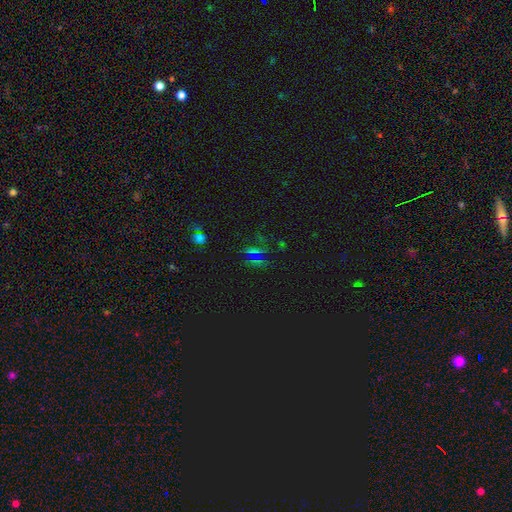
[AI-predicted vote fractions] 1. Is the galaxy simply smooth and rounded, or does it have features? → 56% star or artifact, 31% smooth, 13% featured or disk.